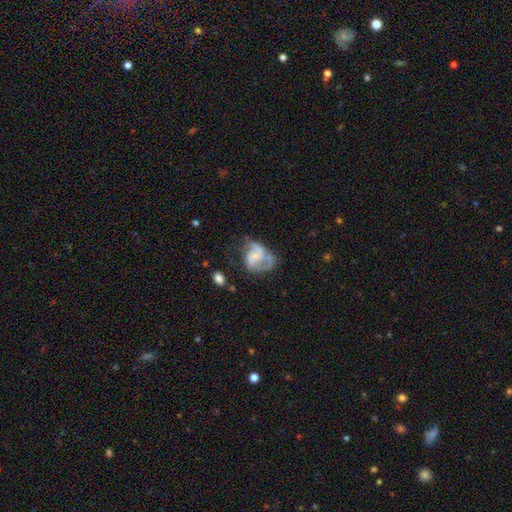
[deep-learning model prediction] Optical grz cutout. It shows a featured or disk galaxy (69%) with no bar (55%), 2 (63%) medium (46%) spiral arms (82%) and a small central bulge (51%). Merging: none (36%).